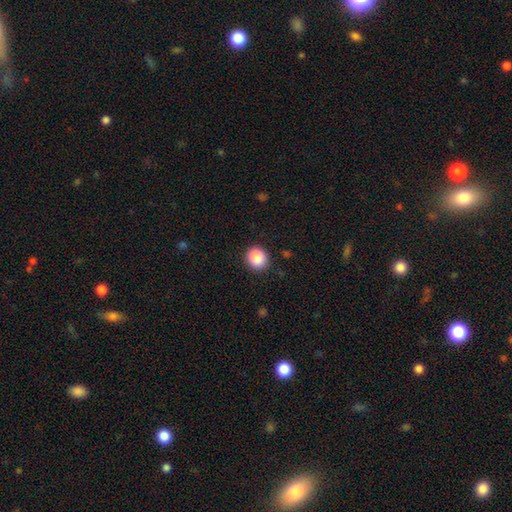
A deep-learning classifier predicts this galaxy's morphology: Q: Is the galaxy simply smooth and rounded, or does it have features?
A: smooth — 87%.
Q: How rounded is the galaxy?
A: round — 71%.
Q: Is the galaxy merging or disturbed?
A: none — 87%.